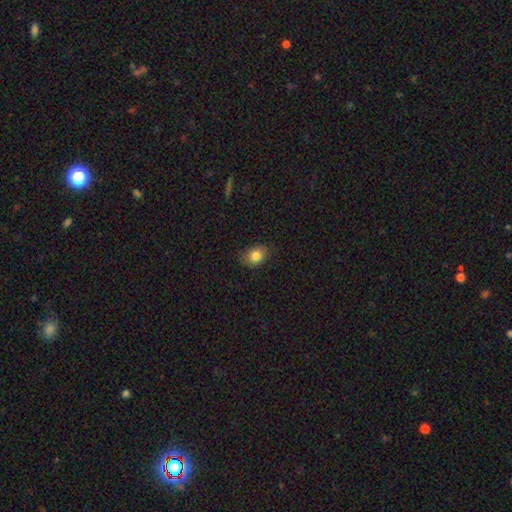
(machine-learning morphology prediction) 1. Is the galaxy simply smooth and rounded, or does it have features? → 83% smooth, 9% star or artifact, 8% featured or disk.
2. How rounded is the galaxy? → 70% in between, 29% round, 1% cigar-shaped.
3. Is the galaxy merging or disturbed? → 79% none, 17% minor disturbance, 3% major disturbance, 1% merger.